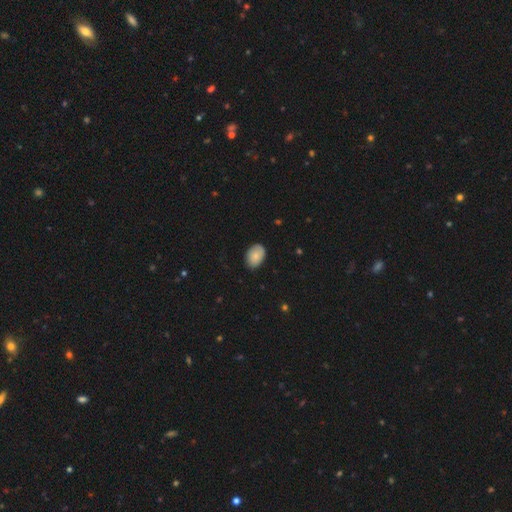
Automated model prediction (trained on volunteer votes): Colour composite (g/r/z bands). It shows a smooth galaxy with no disk features (81%) that is in between round and cigar-shaped (82%). Merging: none (82%).